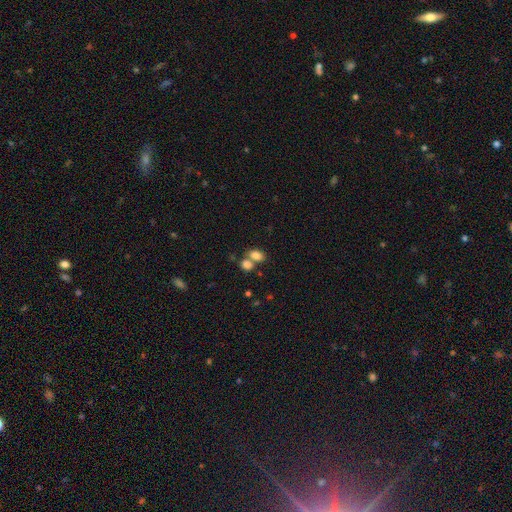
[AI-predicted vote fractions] This is clearly a smooth galaxy (82%). How rounded: clearly in between (81%). Merging: possibly merger (47%).